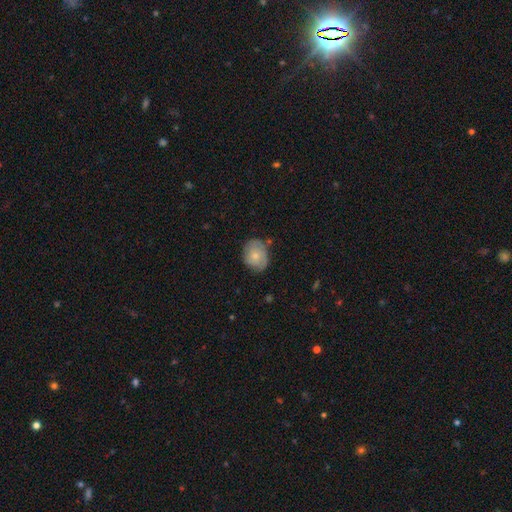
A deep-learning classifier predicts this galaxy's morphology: A smooth galaxy with no disk features (54%) that is round (56%). Merging: none (63%).